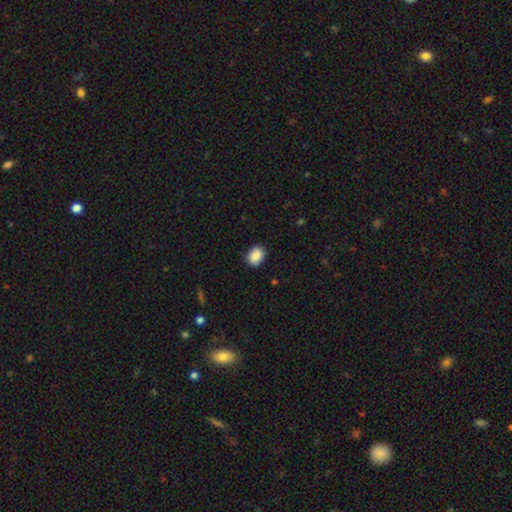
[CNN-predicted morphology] This is clearly a smooth galaxy (89%). How rounded: likely in between (63%). Merging: clearly none (87%).